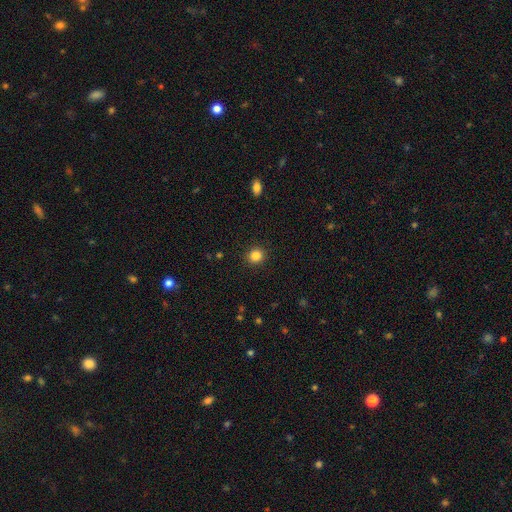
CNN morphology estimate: Overall: smooth (85%). How rounded: round (89%). Merging: none (92%).